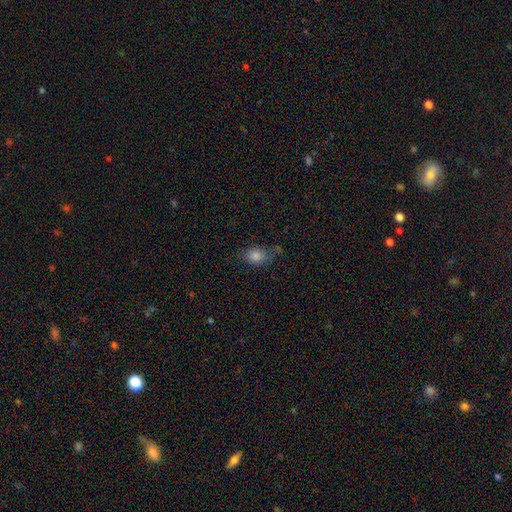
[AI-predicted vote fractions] Smooth or featured?
  - smooth: 81% *
  - star or artifact: 11%
  - featured or disk: 8%
How rounded?
  - in between: 69% *
  - round: 29%
  - cigar-shaped: 2%
Merging?
  - none: 65% *
  - minor disturbance: 23%
  - major disturbance: 6%
  - merger: 5%